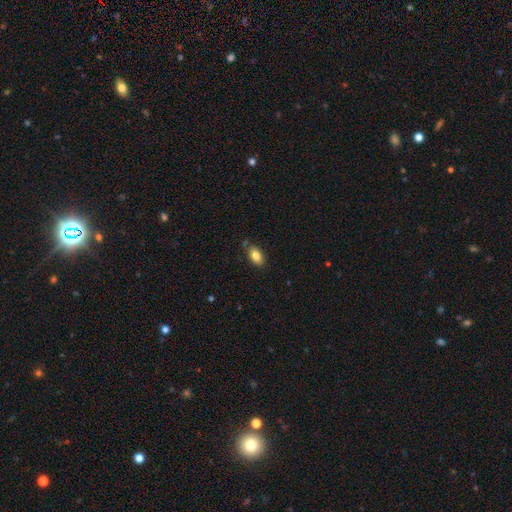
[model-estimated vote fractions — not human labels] A smooth galaxy with no disk features (85%) that is in between round and cigar-shaped (91%). Merging: none (80%).